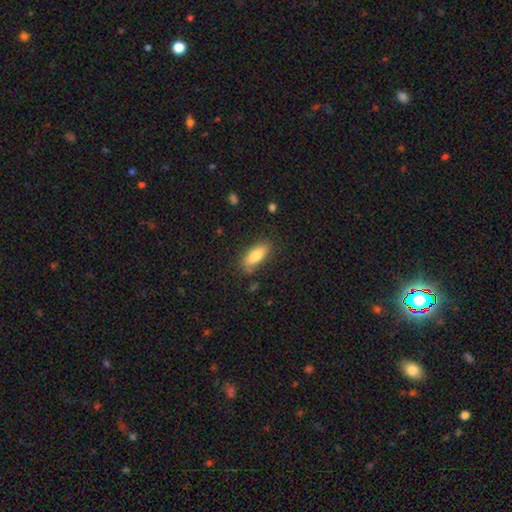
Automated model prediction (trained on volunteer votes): Morphology: type=smooth (79%); roundness=in between (78%); merging=none (75%).